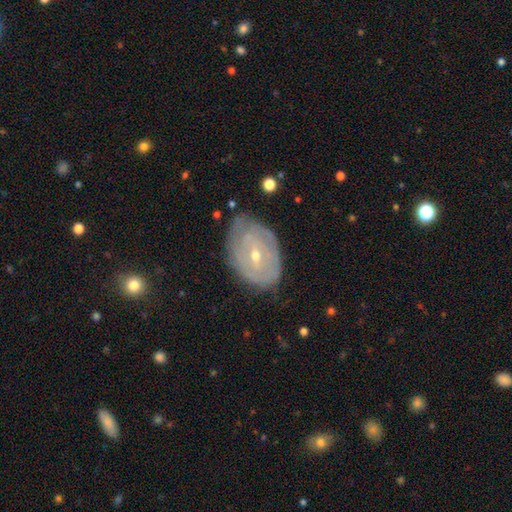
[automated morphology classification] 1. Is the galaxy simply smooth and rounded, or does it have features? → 73% featured or disk, 20% smooth, 6% star or artifact.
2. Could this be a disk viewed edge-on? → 94% no, 6% yes.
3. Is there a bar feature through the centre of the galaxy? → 47% weak, 38% no, 15% strong.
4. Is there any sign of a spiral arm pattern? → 72% yes, 28% no.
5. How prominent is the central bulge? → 54% small, 43% moderate, 1% large, 1% none, 1% dominant.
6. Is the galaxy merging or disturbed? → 63% none, 27% minor disturbance, 8% major disturbance, 2% merger.